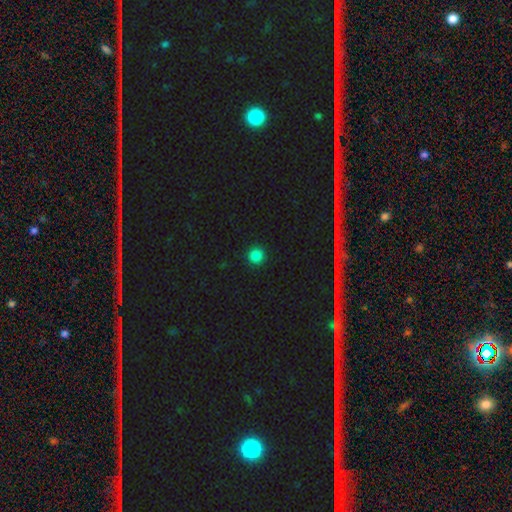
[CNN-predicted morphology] Smooth or featured? smooth (84%)
How rounded? round (95%)
Merging? none (92%)